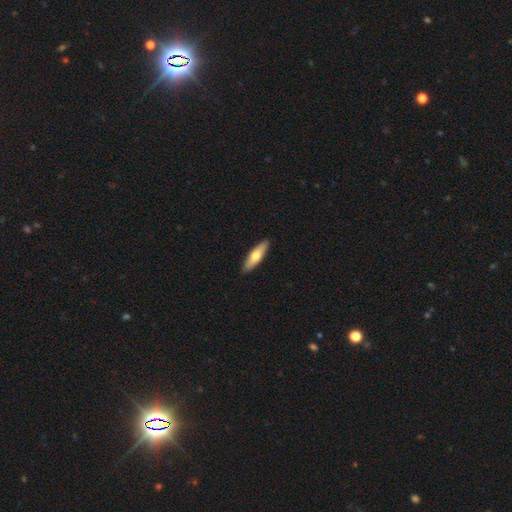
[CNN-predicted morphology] type=smooth (59%); roundness=cigar-shaped (63%); merging=none (91%).